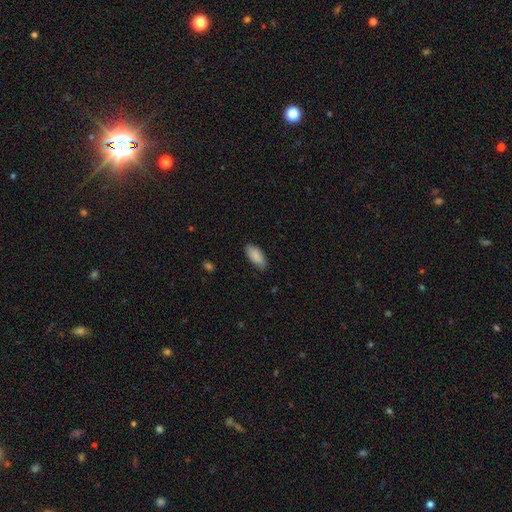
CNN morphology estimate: Smooth or featured: smooth — 88% (featured or disk — 6%)
How rounded: in between — 90% (cigar-shaped — 9%)
Merging: none — 82% (minor disturbance — 15%)